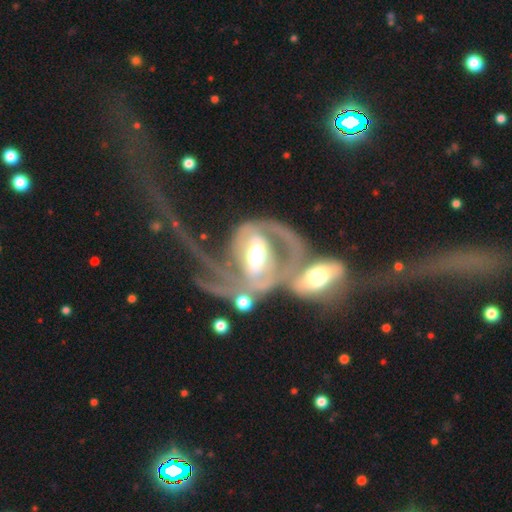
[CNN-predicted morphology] Smooth or featured: featured or disk — 84% (smooth — 11%)
Edge-on disk: no — 95% (yes — 5%)
Bar: strong — 40% (weak — 34%)
Spiral arms: yes — 83% (no — 17%)
Spiral winding: loose — 36% (tied with medium — 36%)
Spiral arm count: 2 — 52% (1 — 20%)
Bulge size: moderate — 61% (large — 25%)
Merging: merger — 63% (major disturbance — 21%)